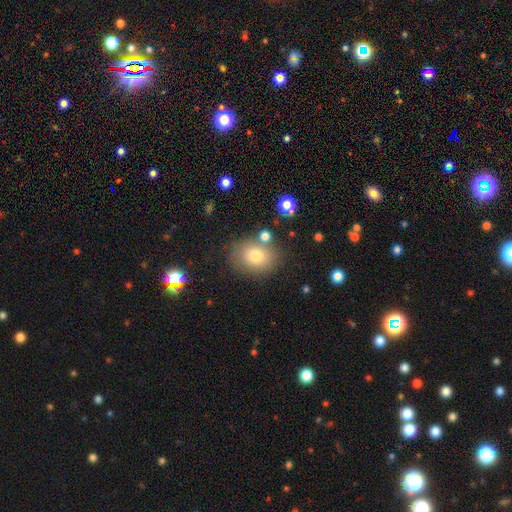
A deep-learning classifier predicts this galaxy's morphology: Overall: smooth (77%). How rounded: in between (51%; round 48%). Merging: none (74%).